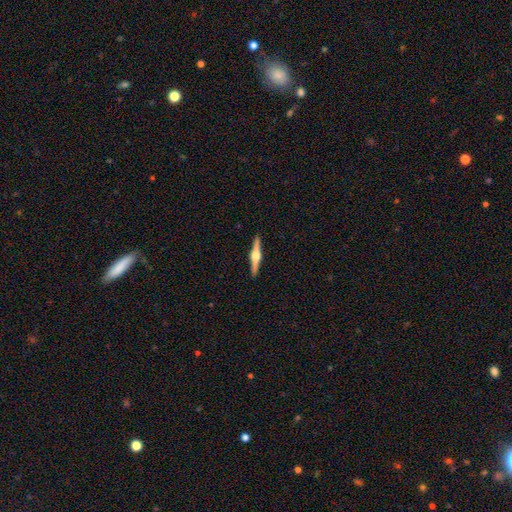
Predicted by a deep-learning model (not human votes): A featured or disk galaxy (77%) viewed edge-on (98%) with a rounded central bulge (94%). Merging: none (92%).